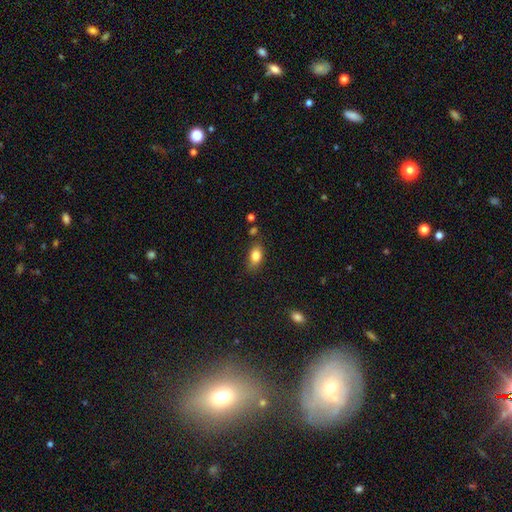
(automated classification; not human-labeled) A smooth galaxy with no disk features (83%) that is in between round and cigar-shaped (86%).

Vote fractions:
- Smooth or featured? smooth: 83% / featured or disk: 9% / star or artifact: 8%
- How rounded? in between: 86% / round: 10% / cigar-shaped: 5%
- Merging? none: 74% / minor disturbance: 18% / merger: 4% / major disturbance: 4%